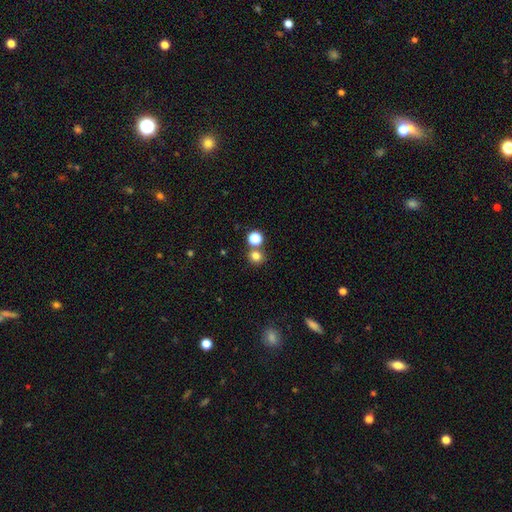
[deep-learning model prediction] The model was most divided on "merging": none: 71%, merger: 19%, minor disturbance: 7%, major disturbance: 3%. More confident: how rounded — round (88%); smooth or featured — smooth (77%).